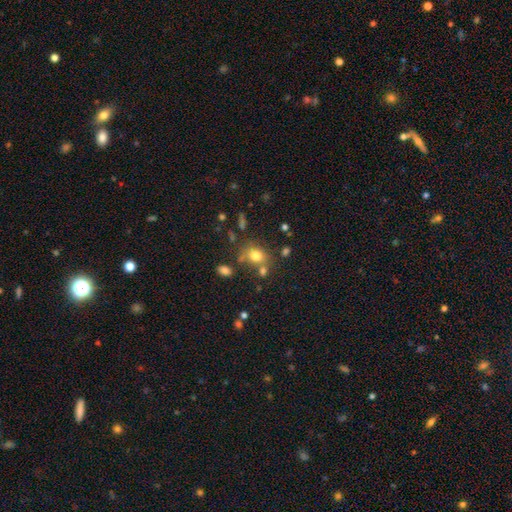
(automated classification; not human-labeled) Smooth or featured?
  - smooth: 76% *
  - star or artifact: 13%
  - featured or disk: 11%
How rounded?
  - in between: 54% *
  - round: 45%
  - cigar-shaped: 1%
Merging?
  - none: 63% *
  - minor disturbance: 16%
  - merger: 15%
  - major disturbance: 6%